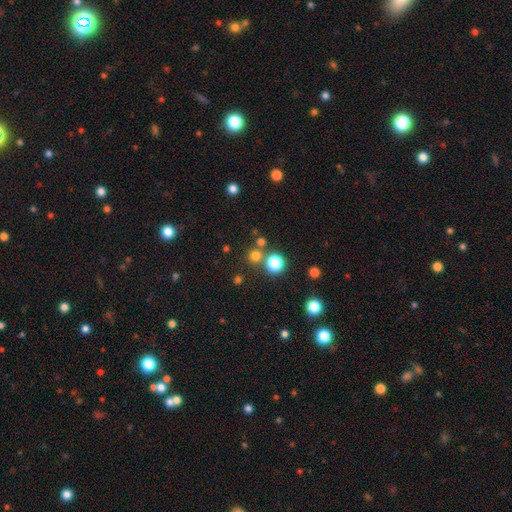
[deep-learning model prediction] This appears to be a smooth galaxy with no disk features (71%) that is round (93%). Merging: none (73%).